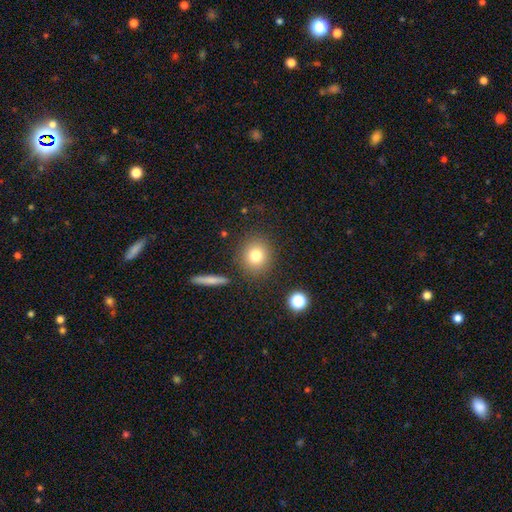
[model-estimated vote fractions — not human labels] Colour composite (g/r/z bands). It shows a smooth galaxy with no disk features (79%) that is round (85%). Merging: none (86%).